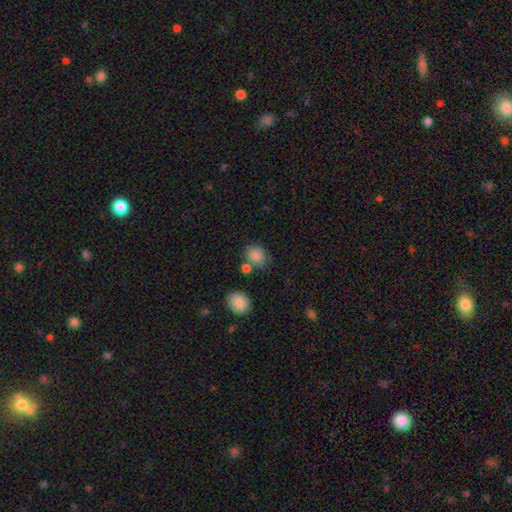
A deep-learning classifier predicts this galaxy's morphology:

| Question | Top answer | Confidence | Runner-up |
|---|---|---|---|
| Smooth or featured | smooth | 85% | star or artifact (10%) |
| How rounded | round | 61% | in between (38%) |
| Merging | none | 64% | minor disturbance (16%) |